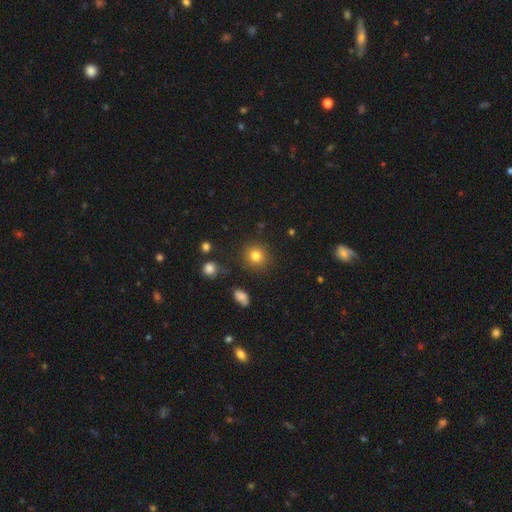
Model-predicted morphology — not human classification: smooth 81%, star or artifact 12%, featured or disk 7%. Down the decision tree: how rounded — round (89%); merging — none (87%).